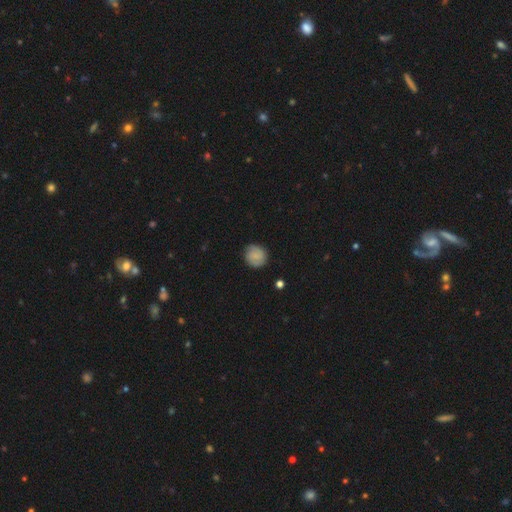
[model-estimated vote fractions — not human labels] A smooth galaxy with no disk features (64%) that is round (84%).

Vote fractions:
- Smooth or featured? smooth: 64% / featured or disk: 27% / star or artifact: 9%
- How rounded? round: 84% / in between: 15% / cigar-shaped: 1%
- Merging? none: 82% / minor disturbance: 13% / major disturbance: 3% / merger: 1%